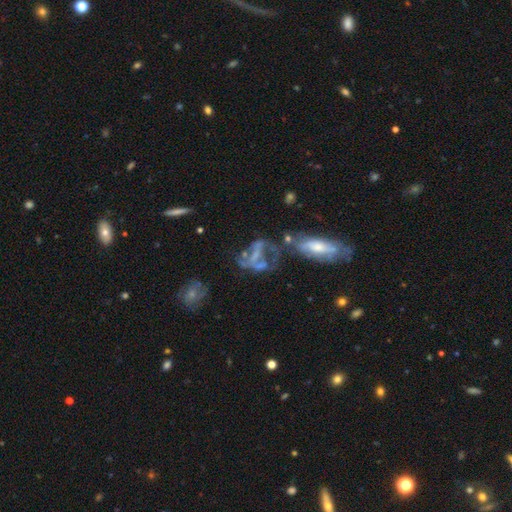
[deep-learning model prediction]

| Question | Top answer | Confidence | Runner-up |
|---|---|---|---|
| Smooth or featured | featured or disk | 60% | smooth (22%) |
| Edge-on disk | no | 91% | yes (9%) |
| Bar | no | 67% | weak (20%) |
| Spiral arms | no | 68% | yes (32%) |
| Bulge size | none | 61% | small (20%) |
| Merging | major disturbance | 31% | none (30%) |